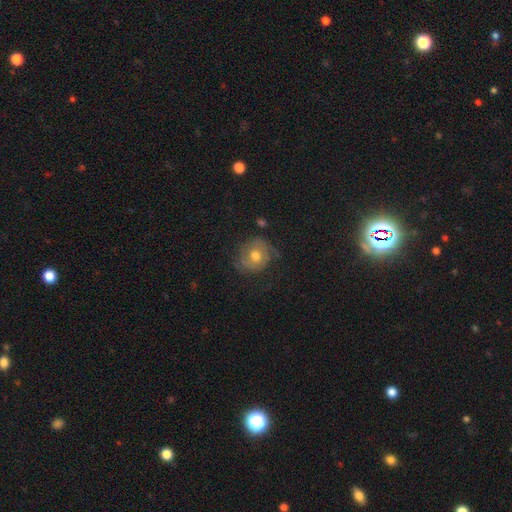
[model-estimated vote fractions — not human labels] Smooth or featured: featured or disk — 50% (smooth — 41%)
Edge-on disk: no — 97% (yes — 3%)
Merging: none — 62% (minor disturbance — 22%)